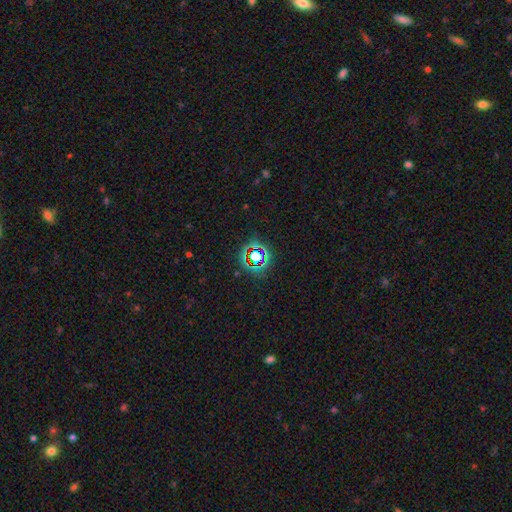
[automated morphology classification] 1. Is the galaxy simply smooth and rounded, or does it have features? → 70% star or artifact, 19% smooth, 11% featured or disk.